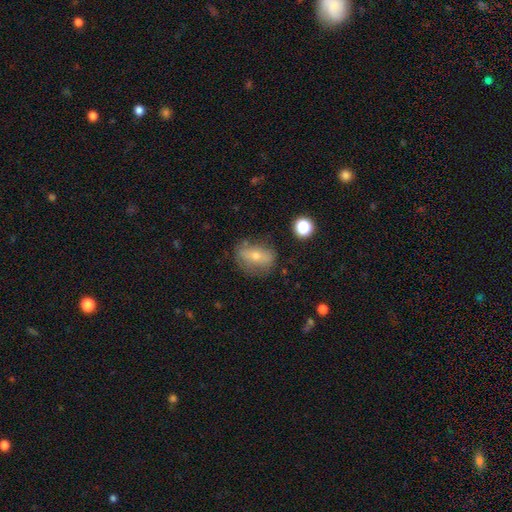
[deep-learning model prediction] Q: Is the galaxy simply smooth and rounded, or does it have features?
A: smooth — 47%.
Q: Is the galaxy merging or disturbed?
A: none — 71%.